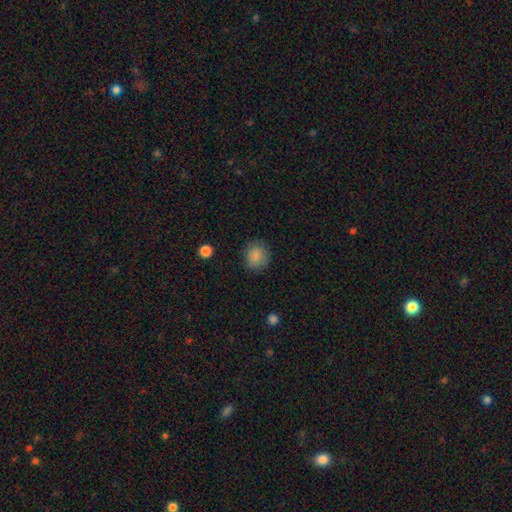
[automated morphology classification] Smooth or featured: smooth — 86% (star or artifact — 10%)
How rounded: round — 79% (in between — 20%)
Merging: none — 82% (minor disturbance — 13%)